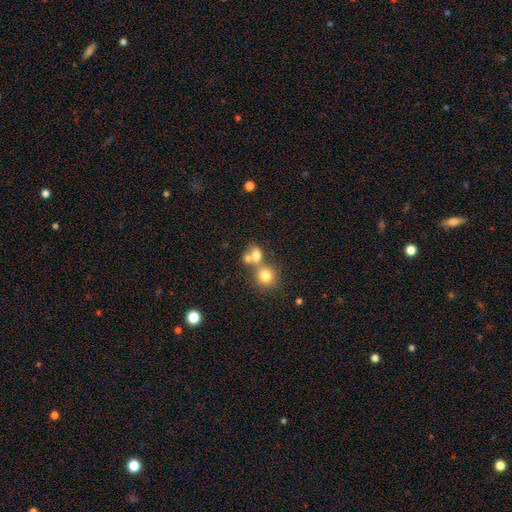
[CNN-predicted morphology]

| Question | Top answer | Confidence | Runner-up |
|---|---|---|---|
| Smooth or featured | smooth | 73% | featured or disk (14%) |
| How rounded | round | 62% | in between (37%) |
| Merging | merger | 52% | none (35%) |